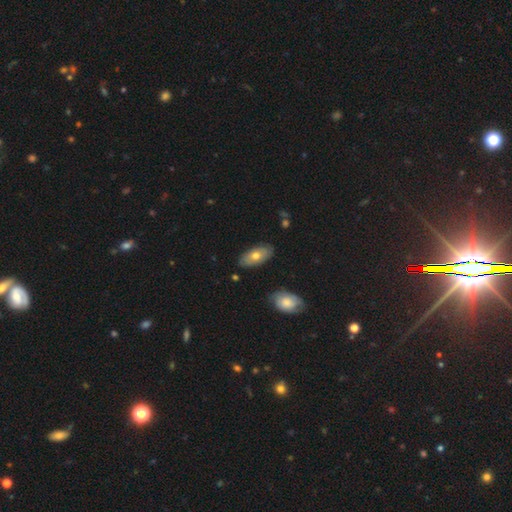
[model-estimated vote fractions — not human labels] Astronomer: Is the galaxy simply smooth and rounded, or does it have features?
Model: smooth — 64%.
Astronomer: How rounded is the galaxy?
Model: in between — 90%.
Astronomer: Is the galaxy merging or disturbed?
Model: none — 84%.